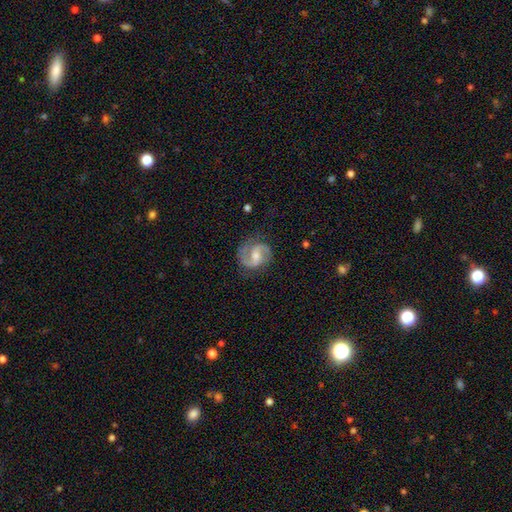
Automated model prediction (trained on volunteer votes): Morphology: type=featured or disk (86%); edge-on=no (98%); bar=weak (52%); spiral arms=yes (97%); winding=medium (56%); arm count=2 (91%); bulge=moderate (60%); merging=none (77%).